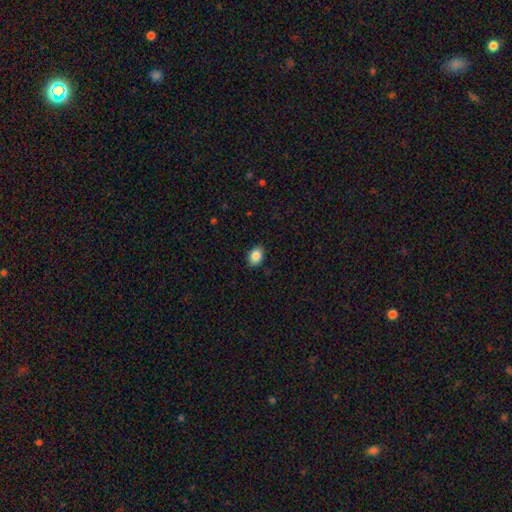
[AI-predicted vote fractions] This is clearly a smooth galaxy (87%). How rounded: likely in between (76%). Merging: clearly none (88%).